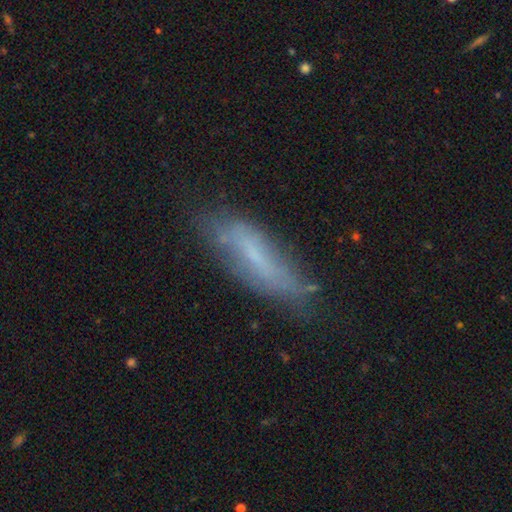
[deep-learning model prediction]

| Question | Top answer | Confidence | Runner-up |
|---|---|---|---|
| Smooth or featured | smooth | 47% | featured or disk (44%) |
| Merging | none | 61% | minor disturbance (26%) |